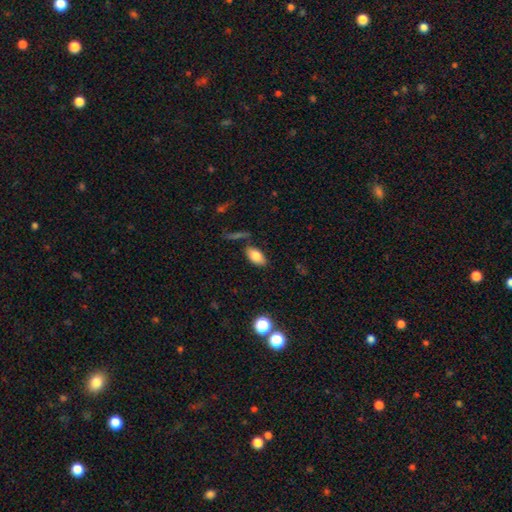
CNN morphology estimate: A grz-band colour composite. It shows a smooth galaxy with no disk features (82%) that is in between round and cigar-shaped (93%). Merging: none (76%).